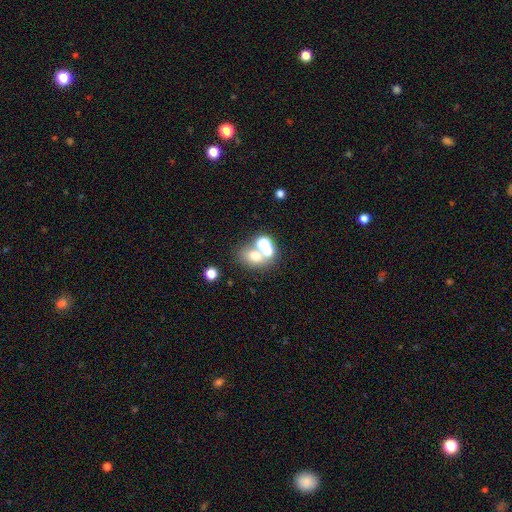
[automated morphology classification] smooth_or_featured: smooth (p=0.60) [alt: featured or disk p=0.21]
how_rounded: in between (p=0.51) [alt: round p=0.48]
merging: merger (p=0.46) [alt: none p=0.40]